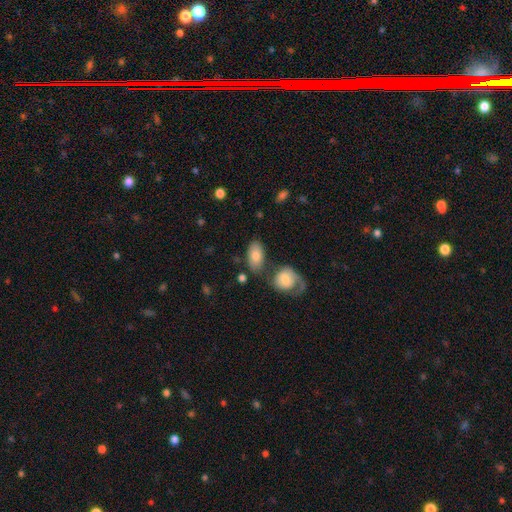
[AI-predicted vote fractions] Q: Smooth or featured?
A: smooth (78%); runner-up: featured or disk (16%)
Q: How rounded?
A: in between (92%); runner-up: round (6%)
Q: Merging?
A: none (60%); runner-up: merger (17%)